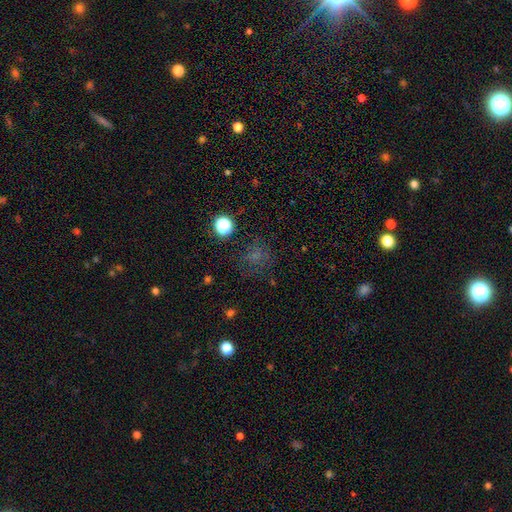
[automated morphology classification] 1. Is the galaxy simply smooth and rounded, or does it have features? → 55% smooth, 32% star or artifact, 13% featured or disk.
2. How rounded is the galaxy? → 82% round, 17% in between, 1% cigar-shaped.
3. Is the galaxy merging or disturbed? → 71% none, 16% minor disturbance, 11% major disturbance, 3% merger.